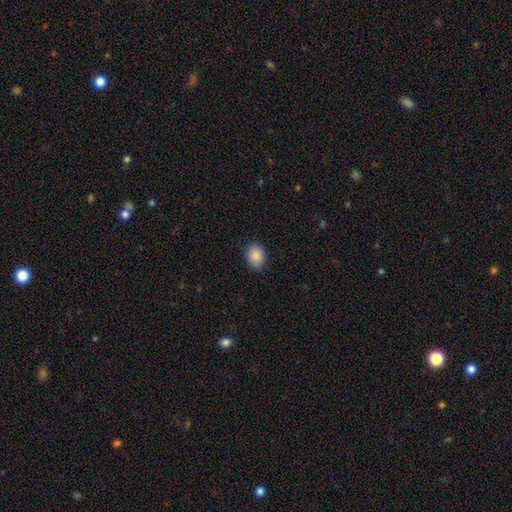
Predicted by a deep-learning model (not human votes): Smooth or featured?
  - smooth: 86% *
  - star or artifact: 8%
  - featured or disk: 6%
How rounded?
  - in between: 64% *
  - round: 36%
  - cigar-shaped: 1%
Merging?
  - none: 87% *
  - minor disturbance: 10%
  - major disturbance: 2%
  - merger: 1%